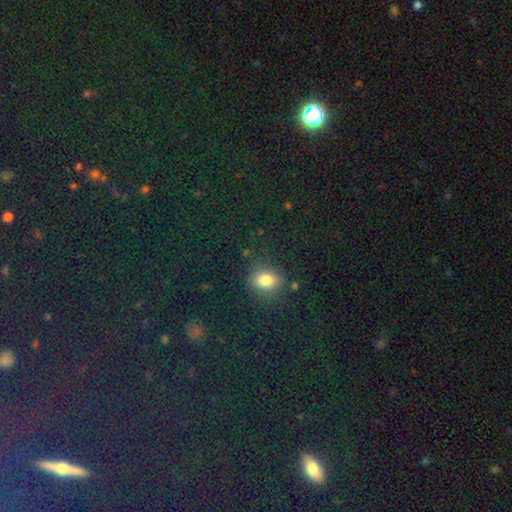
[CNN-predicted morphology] smooth_or_featured: smooth (p=0.49) [alt: star or artifact p=0.44]
merging: none (p=0.86) [alt: minor disturbance p=0.07]